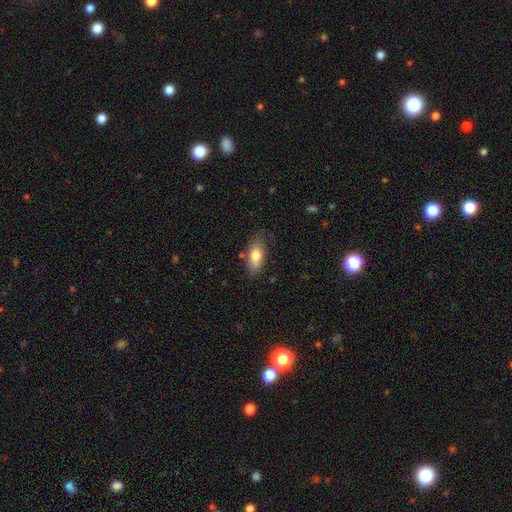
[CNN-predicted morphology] smooth-or-featured: smooth: 78% | featured or disk: 15% | star or artifact: 7%
  how-rounded: in between: 86% | cigar-shaped: 10% | round: 4%
  merging: none: 71% | minor disturbance: 22% | major disturbance: 5% | merger: 3%